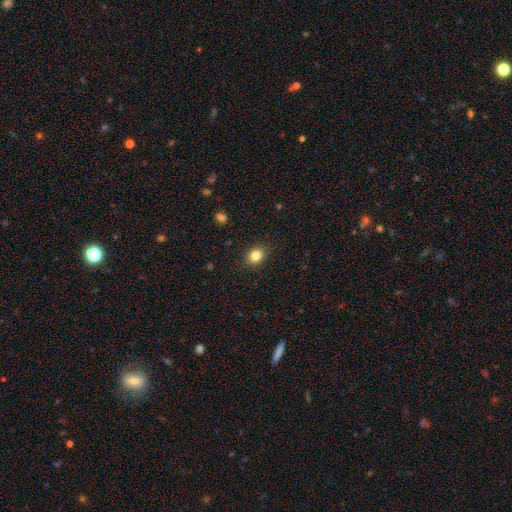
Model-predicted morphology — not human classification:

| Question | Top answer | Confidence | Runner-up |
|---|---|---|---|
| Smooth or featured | smooth | 84% | star or artifact (10%) |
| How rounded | in between | 50% | round (49%) |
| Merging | none | 88% | minor disturbance (9%) |